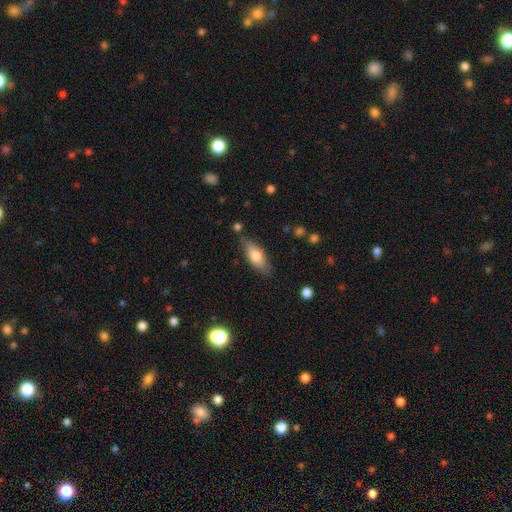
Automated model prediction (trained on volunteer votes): Smooth or featured? Predicted: smooth (p=0.75). How rounded? Predicted: in between (p=0.75). Merging? Predicted: none (p=0.79).